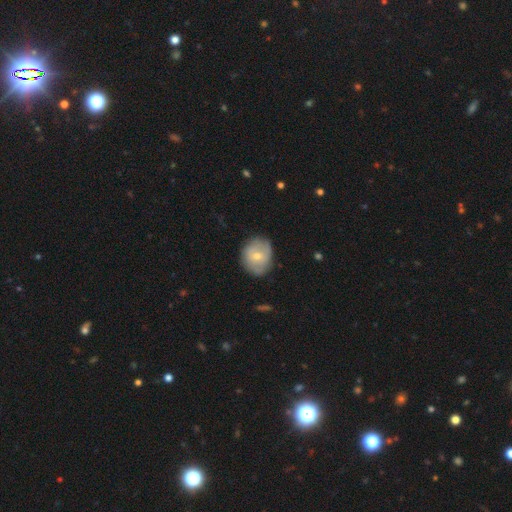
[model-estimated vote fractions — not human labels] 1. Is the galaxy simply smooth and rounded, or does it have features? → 62% smooth, 31% featured or disk, 7% star or artifact.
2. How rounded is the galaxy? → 59% round, 40% in between, 1% cigar-shaped.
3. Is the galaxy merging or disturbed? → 74% none, 20% minor disturbance, 5% major disturbance, 1% merger.